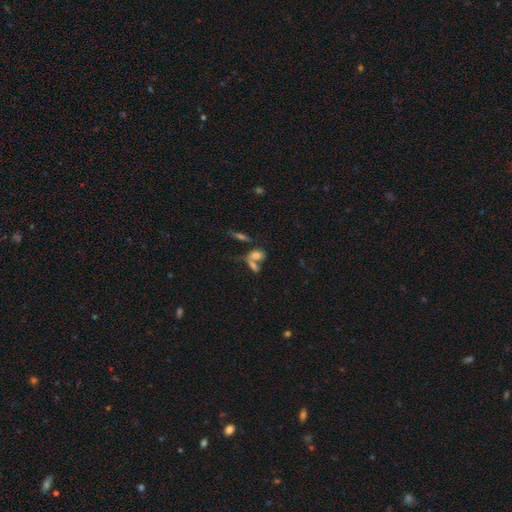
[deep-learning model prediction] Morphology: type=smooth (67%); roundness=in between (71%); merging=merger (49%).